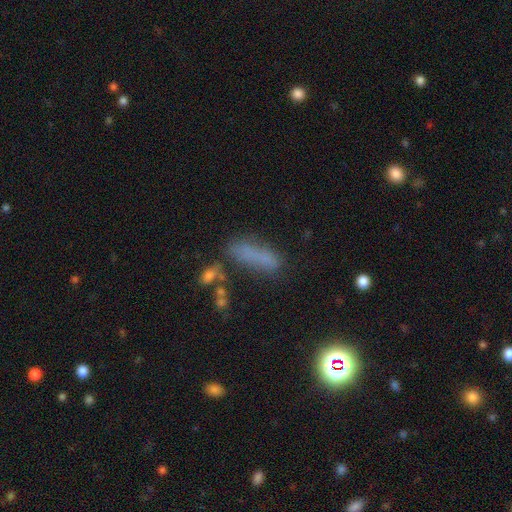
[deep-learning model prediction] Q: Smooth or featured?
A: smooth (64%); runner-up: star or artifact (20%)
Q: How rounded?
A: cigar-shaped (60%); runner-up: in between (36%)
Q: Merging?
A: none (55%); runner-up: minor disturbance (22%)